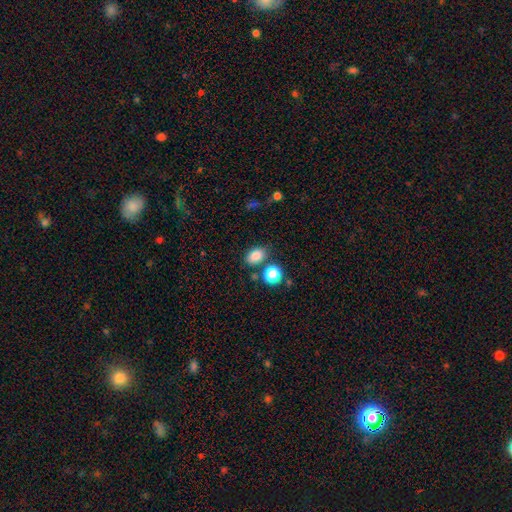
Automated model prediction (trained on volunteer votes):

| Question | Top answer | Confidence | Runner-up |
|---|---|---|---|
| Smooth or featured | smooth | 84% | star or artifact (11%) |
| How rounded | in between | 78% | round (21%) |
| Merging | none | 74% | minor disturbance (12%) |